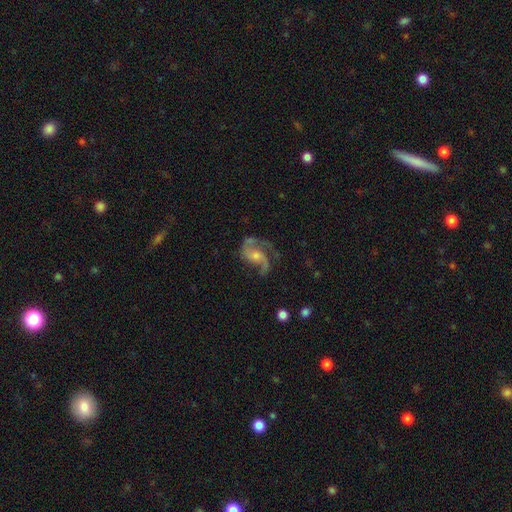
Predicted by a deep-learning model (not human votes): Q: Smooth or featured?
A: featured or disk (88%); runner-up: star or artifact (6%)
Q: Edge-on disk?
A: no (98%); runner-up: yes (2%)
Q: Bar?
A: no (59%); runner-up: weak (32%)
Q: Spiral arms?
A: yes (97%); runner-up: no (3%)
Q: Spiral winding?
A: medium (50%); runner-up: loose (38%)
Q: Spiral arm count?
A: 2 (84%); runner-up: 3 (5%)
Q: Bulge size?
A: small (46%); runner-up: moderate (45%)
Q: Merging?
A: none (61%); runner-up: minor disturbance (19%)